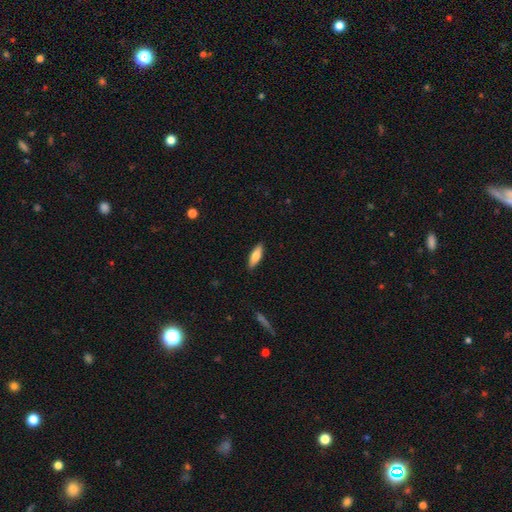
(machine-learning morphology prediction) smooth-or-featured: smooth: 74% | featured or disk: 21% | star or artifact: 6%
  how-rounded: in between: 57% | cigar-shaped: 41% | round: 2%
  merging: none: 89% | minor disturbance: 8% | major disturbance: 2% | merger: 1%